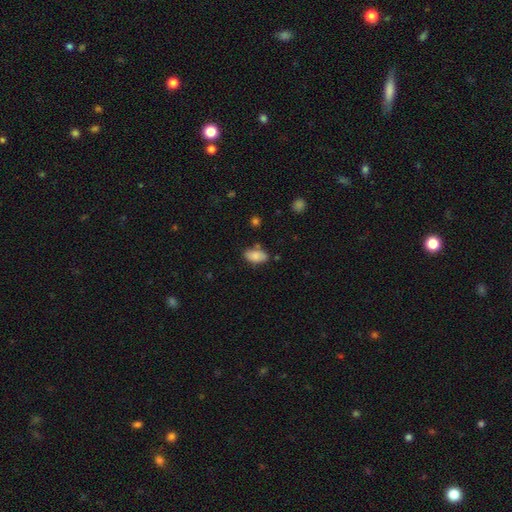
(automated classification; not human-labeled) Smooth or featured? Predicted: smooth (p=0.83). How rounded? Predicted: in between (p=0.93). Merging? Predicted: none (p=0.71).